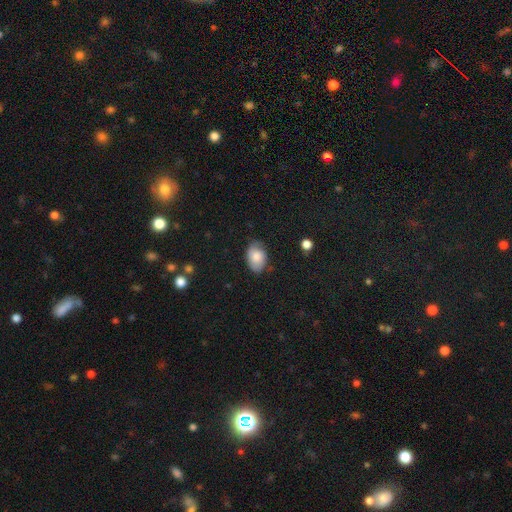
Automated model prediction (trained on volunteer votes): A smooth galaxy with no disk features (73%) that is in between round and cigar-shaped (86%). Merging: none (70%).